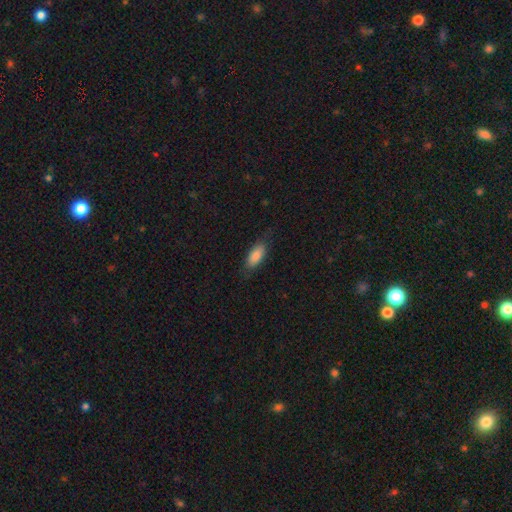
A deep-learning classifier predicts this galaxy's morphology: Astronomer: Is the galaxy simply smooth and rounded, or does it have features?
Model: smooth — 82%.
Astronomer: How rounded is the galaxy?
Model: in between — 80%.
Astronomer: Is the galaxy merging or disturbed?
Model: none — 75%.